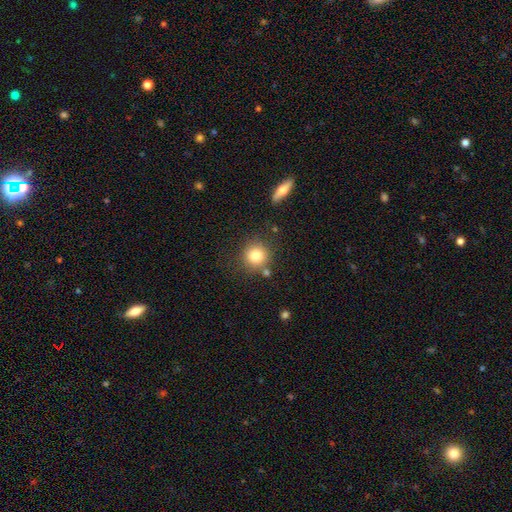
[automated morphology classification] Smooth or featured? smooth (81%)
How rounded? round (91%)
Merging? none (78%)